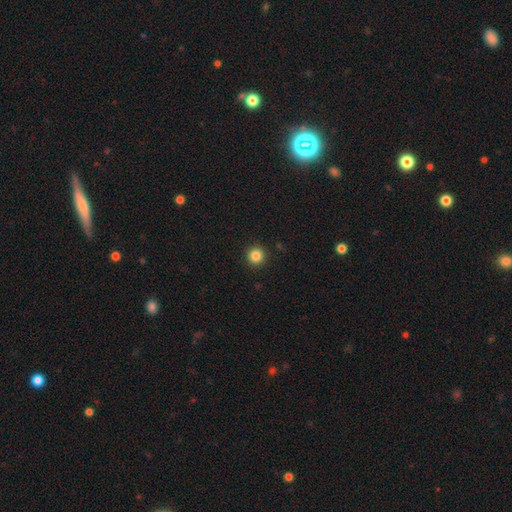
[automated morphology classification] The model was most divided on "smooth or featured": smooth: 84%, star or artifact: 11%, featured or disk: 4%. More confident: how rounded — round (95%); merging — none (93%).